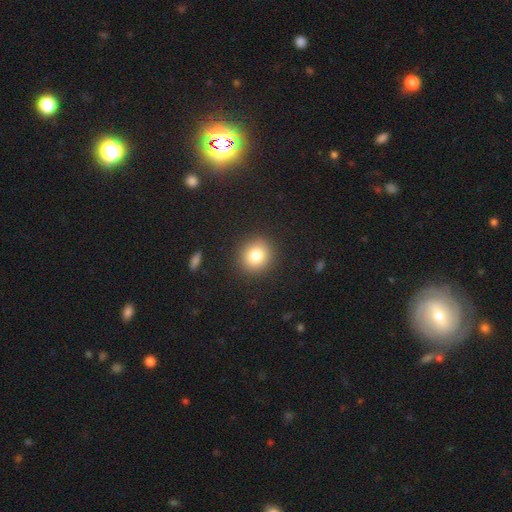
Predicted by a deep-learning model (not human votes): Smooth or featured?
  - smooth: 80% *
  - star or artifact: 11%
  - featured or disk: 9%
How rounded?
  - round: 87% *
  - in between: 12%
  - cigar-shaped: 1%
Merging?
  - none: 91% *
  - minor disturbance: 6%
  - major disturbance: 2%
  - merger: 1%